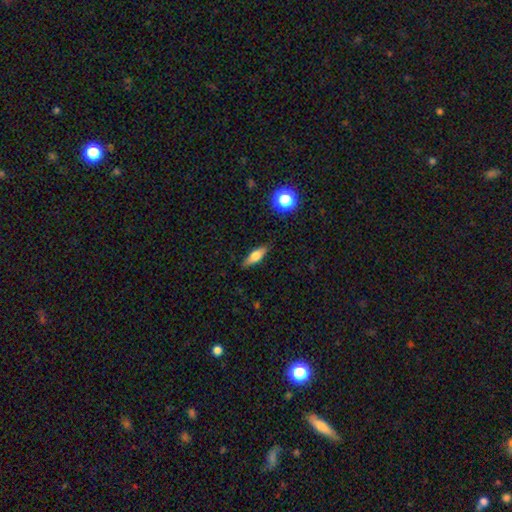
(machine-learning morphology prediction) Q: Smooth or featured?
A: smooth (61%); runner-up: featured or disk (30%)
Q: How rounded?
A: in between (50%); runner-up: cigar-shaped (46%)
Q: Merging?
A: none (86%); runner-up: minor disturbance (10%)